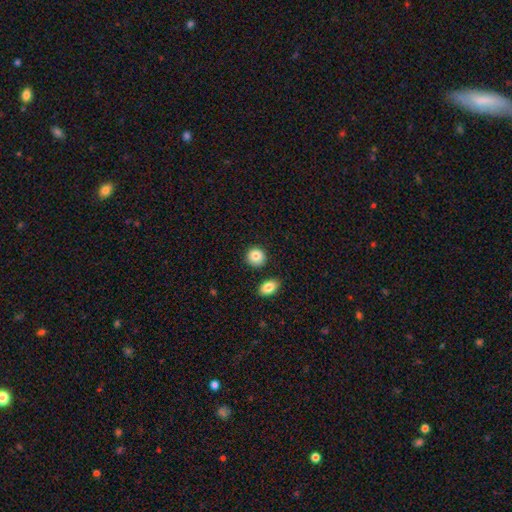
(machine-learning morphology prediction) A smooth galaxy with no disk features (84%) that is round (85%).

Vote fractions:
- Smooth or featured? smooth: 84% / star or artifact: 8% / featured or disk: 8%
- How rounded? round: 85% / in between: 14% / cigar-shaped: 1%
- Merging? none: 86% / minor disturbance: 8% / merger: 5% / major disturbance: 2%